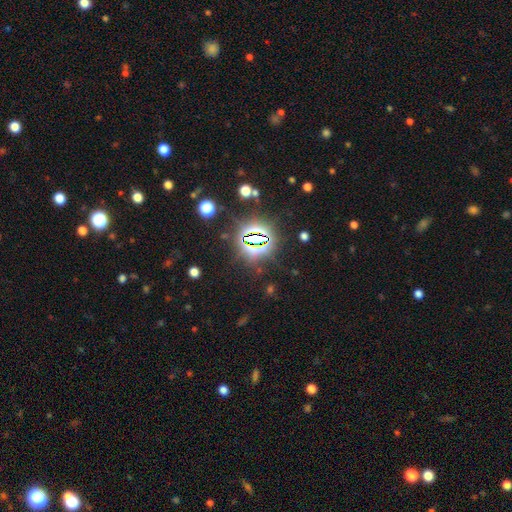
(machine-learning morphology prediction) This appears to be a star or artifact, not a galaxy (82%).